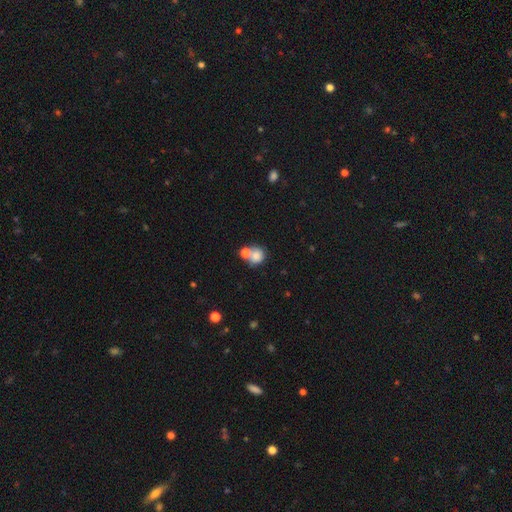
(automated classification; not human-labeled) Q: Smooth or featured?
A: smooth (78%); runner-up: featured or disk (12%)
Q: How rounded?
A: round (79%); runner-up: in between (20%)
Q: Merging?
A: merger (42%); runner-up: none (41%)